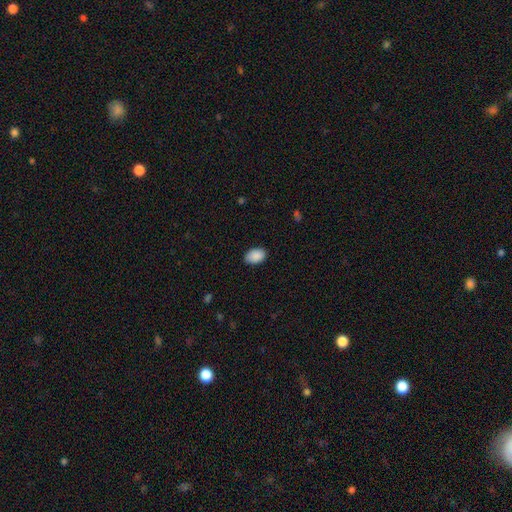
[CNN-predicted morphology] A smooth galaxy with no disk features (90%) that is in between round and cigar-shaped (87%).

Vote fractions:
- Smooth or featured? smooth: 90% / star or artifact: 7% / featured or disk: 4%
- How rounded? in between: 87% / round: 12% / cigar-shaped: 1%
- Merging? none: 84% / minor disturbance: 12% / major disturbance: 2% / merger: 1%